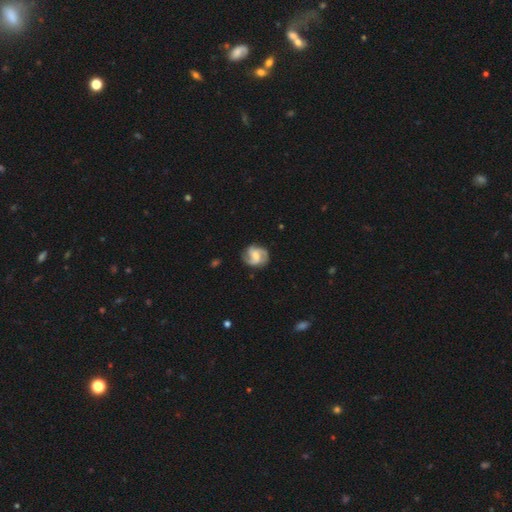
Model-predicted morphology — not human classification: This appears to be a featured or disk galaxy (82%) with a weak bar (48%), 2 (53%) medium (51%) spiral arms (97%) and a moderate central bulge (45%). Merging: none (79%).